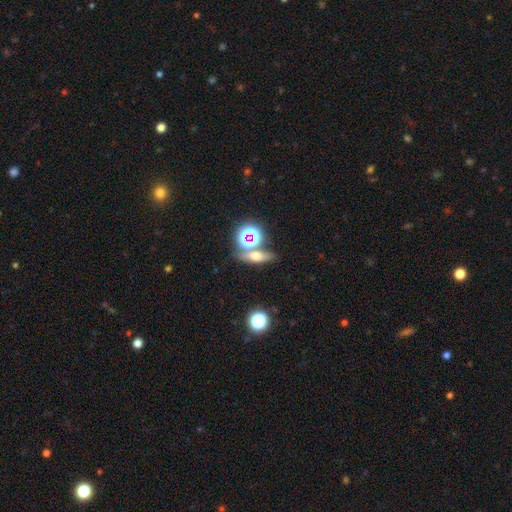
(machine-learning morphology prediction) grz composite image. It shows a smooth galaxy with no disk features (46%). Merging: none (71%).